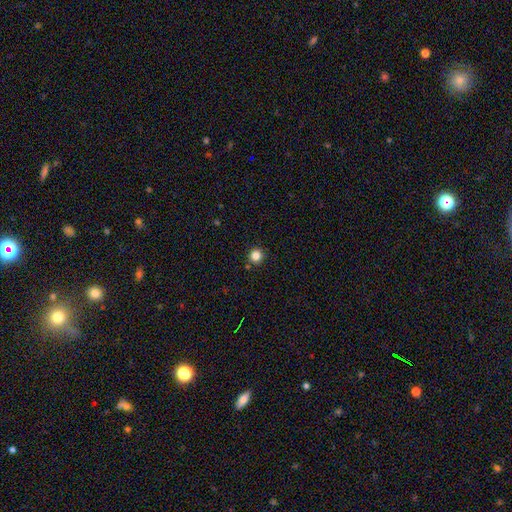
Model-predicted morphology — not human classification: Smooth or featured?
  - smooth: 83% *
  - star or artifact: 13%
  - featured or disk: 4%
How rounded?
  - round: 95% *
  - in between: 4%
  - cigar-shaped: 1%
Merging?
  - none: 91% *
  - minor disturbance: 5%
  - merger: 2%
  - major disturbance: 2%